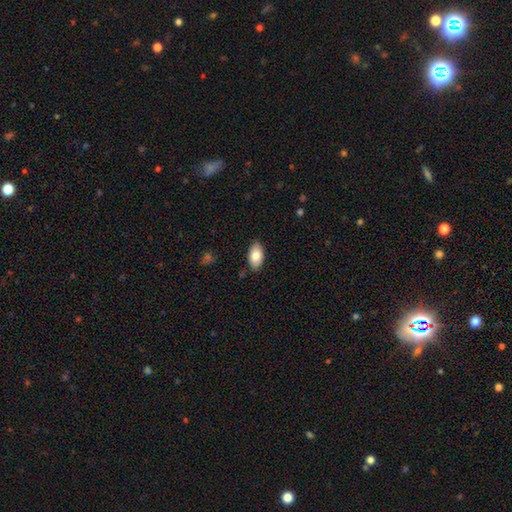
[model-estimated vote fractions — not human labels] A smooth galaxy with no disk features (81%) that is in between round and cigar-shaped (94%).

Vote fractions:
- Smooth or featured? smooth: 81% / featured or disk: 13% / star or artifact: 7%
- How rounded? in between: 94% / round: 3% / cigar-shaped: 2%
- Merging? none: 86% / minor disturbance: 11% / major disturbance: 2% / merger: 1%